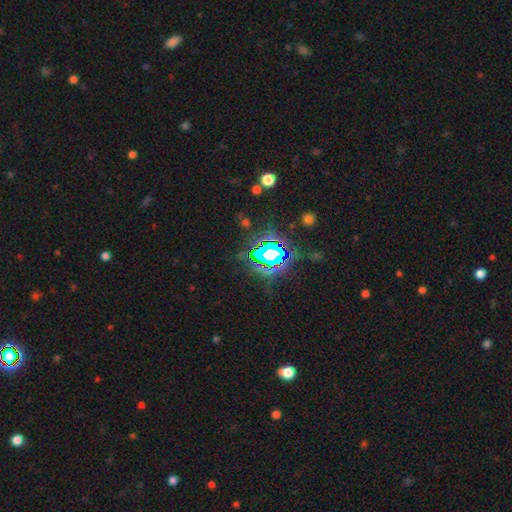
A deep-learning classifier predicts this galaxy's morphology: star or artifact 84%, smooth 9%, featured or disk 7%.